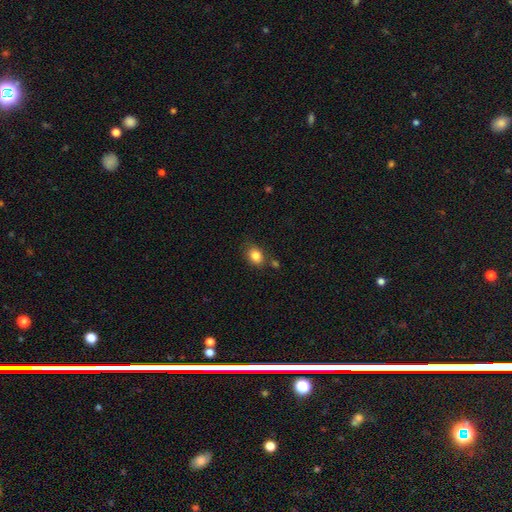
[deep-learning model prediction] This appears to be a smooth galaxy with no disk features (84%) that is in between round and cigar-shaped (60%). Merging: none (68%).